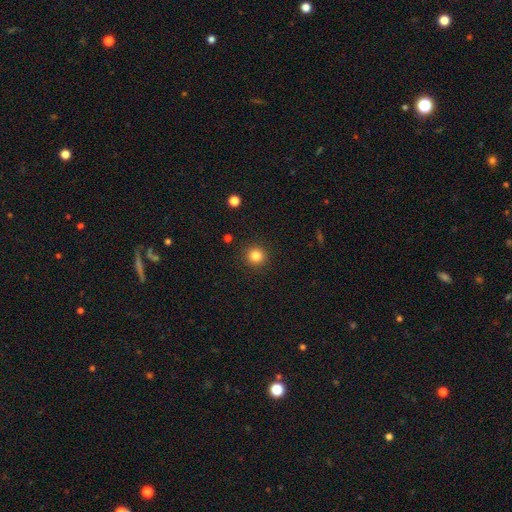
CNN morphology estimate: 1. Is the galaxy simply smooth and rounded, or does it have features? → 83% smooth, 12% star or artifact, 5% featured or disk.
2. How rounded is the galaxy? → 94% round, 5% in between, 1% cigar-shaped.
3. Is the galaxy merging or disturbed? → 91% none, 5% minor disturbance, 2% major disturbance, 1% merger.